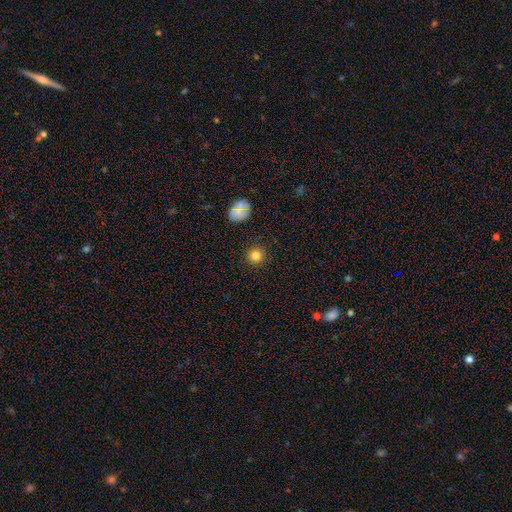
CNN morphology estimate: This is clearly a smooth galaxy (82%). How rounded: clearly round (92%). Merging: clearly none (90%).